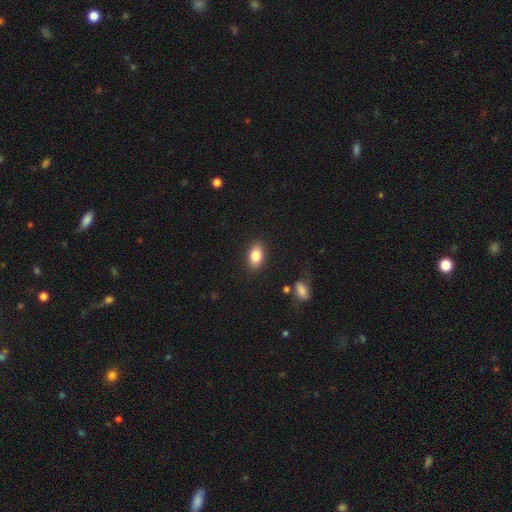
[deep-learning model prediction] smooth-or-featured: smooth: 83% | featured or disk: 9% | star or artifact: 8%
  how-rounded: in between: 88% | round: 9% | cigar-shaped: 3%
  merging: none: 87% | minor disturbance: 9% | major disturbance: 2% | merger: 2%